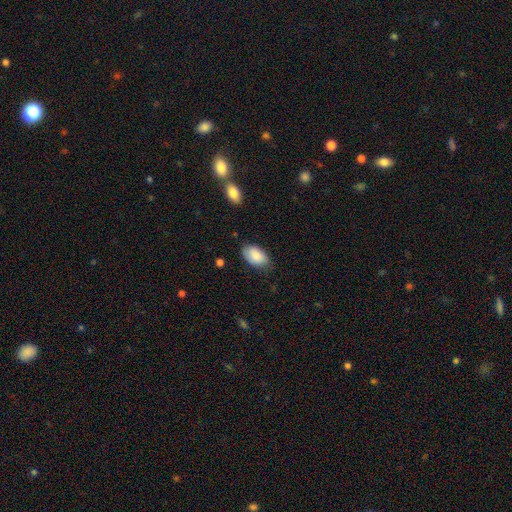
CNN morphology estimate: The model was most divided on "merging": none: 75%, minor disturbance: 20%, major disturbance: 3%, merger: 1%. More confident: how rounded — in between (93%); smooth or featured — smooth (85%).